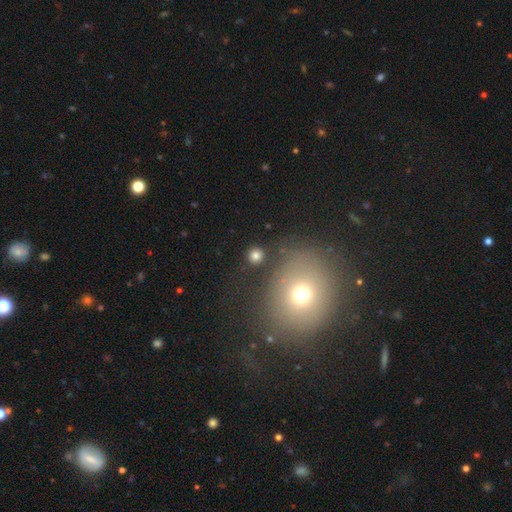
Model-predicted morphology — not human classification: This is likely a smooth galaxy (79%). How rounded: clearly round (90%). Merging: clearly none (85%).